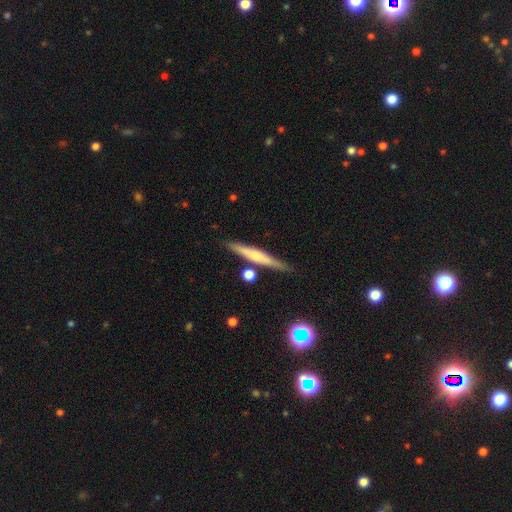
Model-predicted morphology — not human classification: smooth_or_featured: featured or disk (p=0.51) [alt: smooth p=0.43]
disk_edge_on: yes (p=0.96) [alt: no p=0.04]
merging: none (p=0.83) [alt: minor disturbance p=0.10]